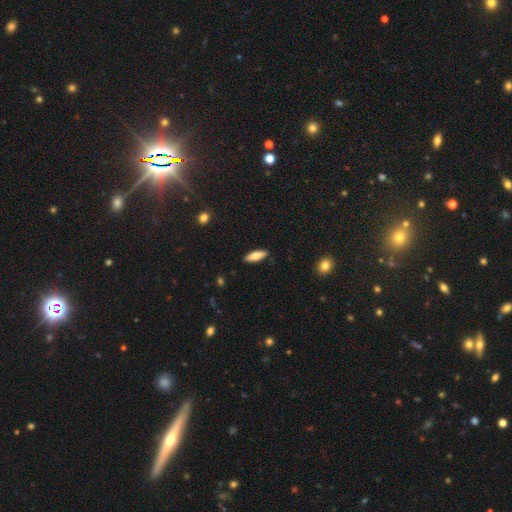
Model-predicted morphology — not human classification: Q: Smooth or featured?
A: smooth (73%); runner-up: featured or disk (22%)
Q: How rounded?
A: in between (61%); runner-up: cigar-shaped (37%)
Q: Merging?
A: none (89%); runner-up: minor disturbance (8%)